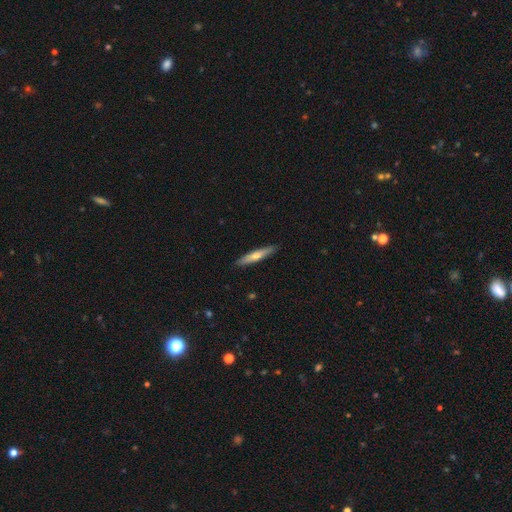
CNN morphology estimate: Smooth or featured?
  - smooth: 55% *
  - featured or disk: 39%
  - star or artifact: 5%
How rounded?
  - cigar-shaped: 91% *
  - in between: 8%
  - round: 1%
Merging?
  - none: 90% *
  - minor disturbance: 7%
  - major disturbance: 1%
  - merger: 1%